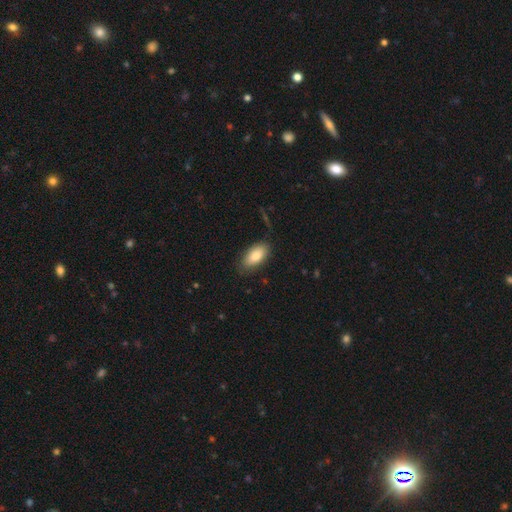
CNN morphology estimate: This is clearly a smooth galaxy (84%). How rounded: clearly in between (90%). Merging: clearly none (81%).